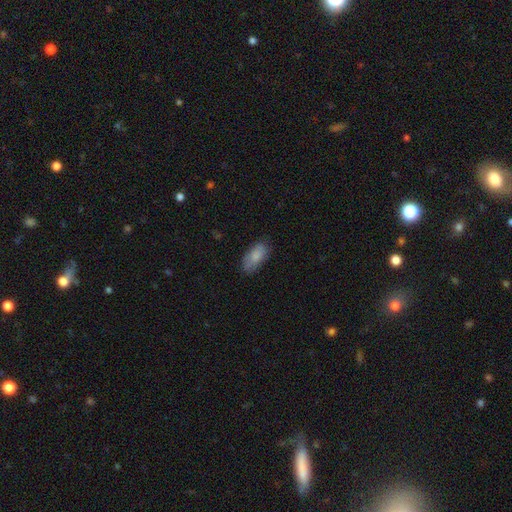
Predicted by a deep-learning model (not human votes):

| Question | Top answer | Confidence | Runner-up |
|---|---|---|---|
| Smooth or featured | smooth | 83% | featured or disk (10%) |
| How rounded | in between | 90% | cigar-shaped (7%) |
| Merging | none | 74% | minor disturbance (20%) |